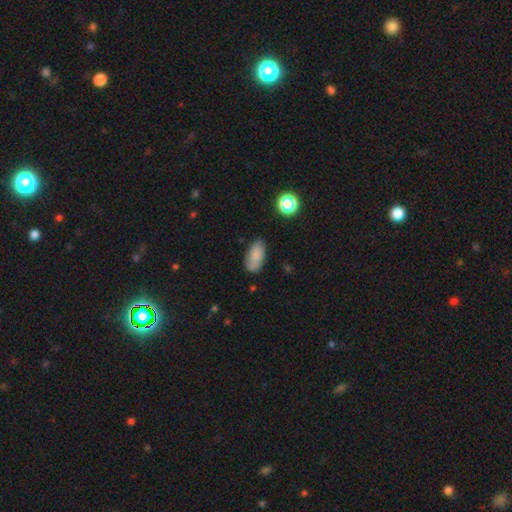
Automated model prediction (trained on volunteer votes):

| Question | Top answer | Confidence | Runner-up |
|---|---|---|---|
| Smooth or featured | smooth | 83% | featured or disk (9%) |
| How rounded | in between | 91% | cigar-shaped (6%) |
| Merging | none | 74% | minor disturbance (19%) |